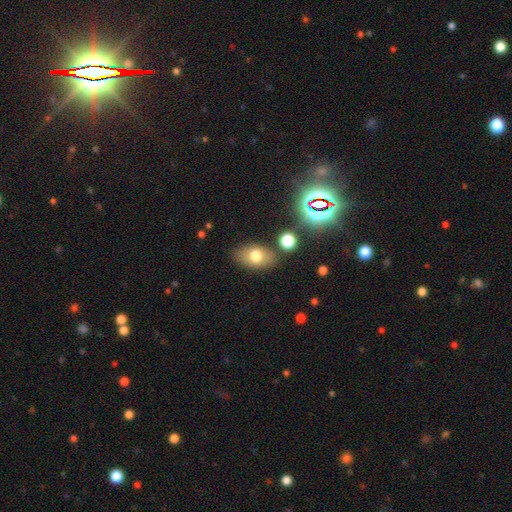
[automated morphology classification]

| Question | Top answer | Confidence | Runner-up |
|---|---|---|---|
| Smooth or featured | smooth | 72% | featured or disk (17%) |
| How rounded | in between | 87% | round (11%) |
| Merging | none | 79% | minor disturbance (12%) |